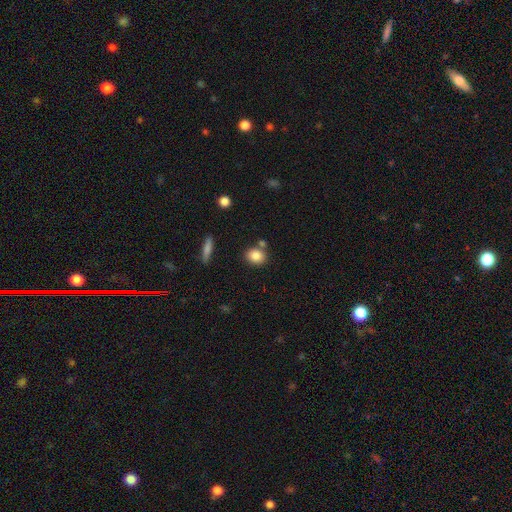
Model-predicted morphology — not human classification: smooth-or-featured: smooth: 84% | star or artifact: 9% | featured or disk: 7%
  how-rounded: round: 61% | in between: 37% | cigar-shaped: 2%
  merging: none: 73% | merger: 13% | minor disturbance: 11% | major disturbance: 3%